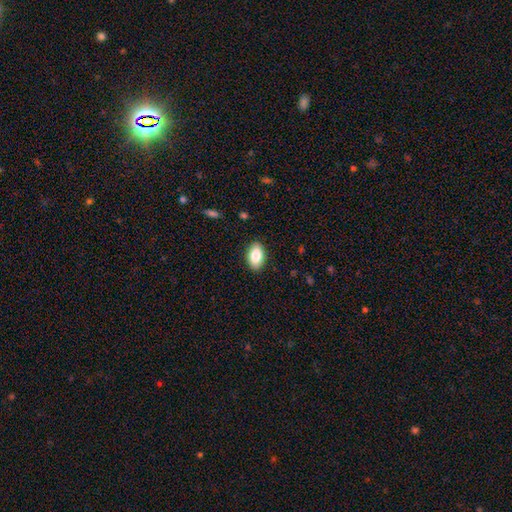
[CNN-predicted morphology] type=smooth (86%); roundness=in between (93%); merging=none (89%).